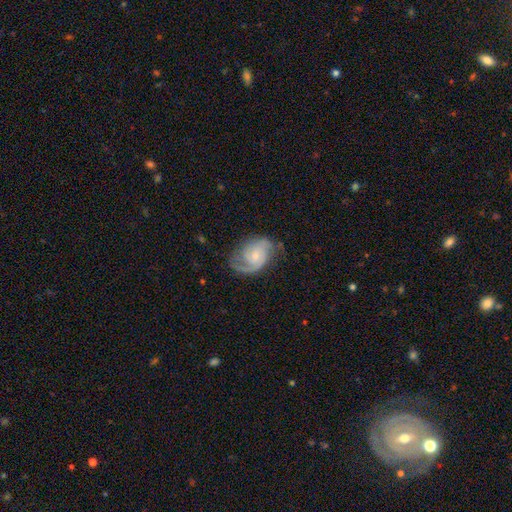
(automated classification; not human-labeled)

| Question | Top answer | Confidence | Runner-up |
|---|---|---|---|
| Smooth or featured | featured or disk | 81% | smooth (14%) |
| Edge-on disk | no | 97% | yes (3%) |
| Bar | no | 63% | weak (32%) |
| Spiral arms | yes | 95% | no (5%) |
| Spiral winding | medium | 46% | tight (35%) |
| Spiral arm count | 2 | 70% | can't tell (10%) |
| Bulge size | small | 60% | moderate (33%) |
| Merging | none | 64% | minor disturbance (22%) |